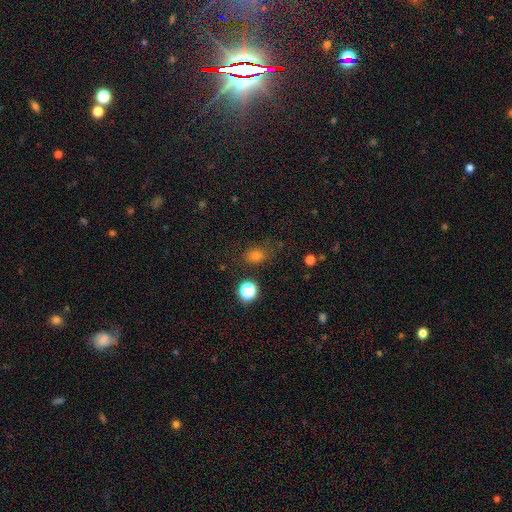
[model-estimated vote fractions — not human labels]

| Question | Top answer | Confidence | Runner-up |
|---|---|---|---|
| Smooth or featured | smooth | 72% | star or artifact (20%) |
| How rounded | in between | 53% | round (46%) |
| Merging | none | 73% | minor disturbance (18%) |